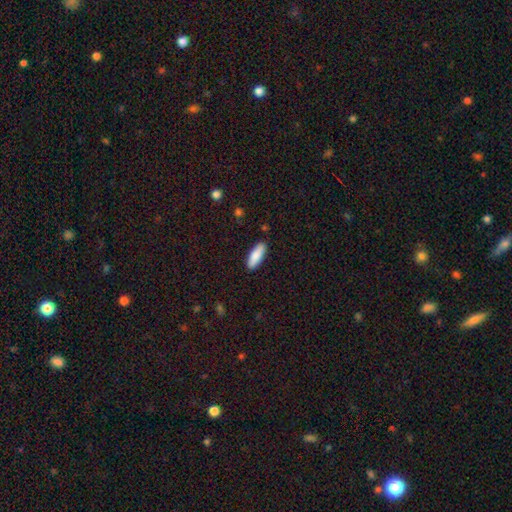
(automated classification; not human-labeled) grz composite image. It shows a smooth galaxy with no disk features (86%) that is in between round and cigar-shaped (64%). Merging: none (89%).